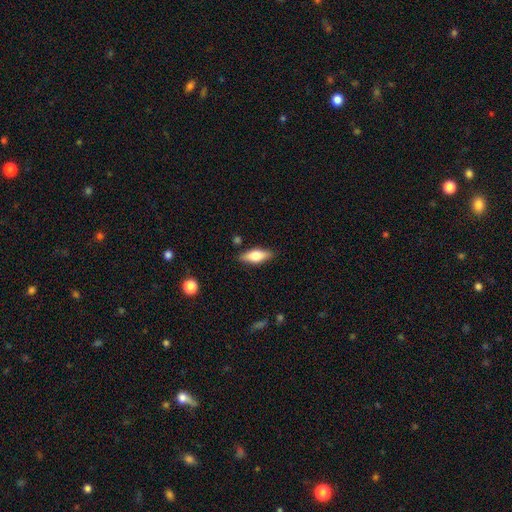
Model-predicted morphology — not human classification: Smooth or featured?
  - smooth: 64% *
  - featured or disk: 29%
  - star or artifact: 7%
How rounded?
  - in between: 69% *
  - cigar-shaped: 28%
  - round: 3%
Merging?
  - none: 86% *
  - minor disturbance: 10%
  - major disturbance: 2%
  - merger: 2%